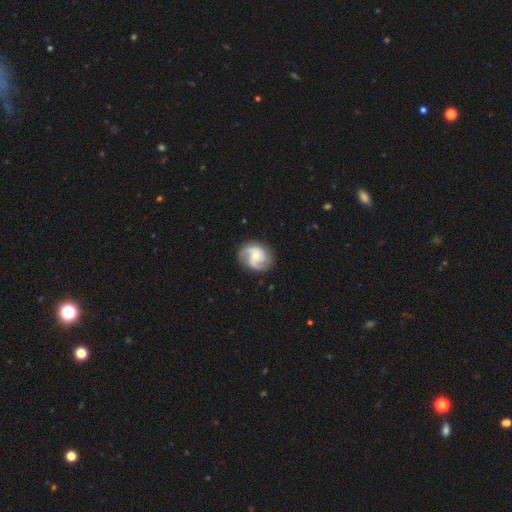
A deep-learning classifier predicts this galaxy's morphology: Smooth or featured: featured or disk — 82% (smooth — 13%)
Edge-on disk: no — 98% (yes — 2%)
Bar: no — 54% (weak — 37%)
Spiral arms: yes — 96% (no — 4%)
Spiral winding: medium — 50% (tight — 30%)
Spiral arm count: 2 — 83% (3 — 6%)
Bulge size: small — 53% (moderate — 40%)
Merging: none — 80% (minor disturbance — 14%)